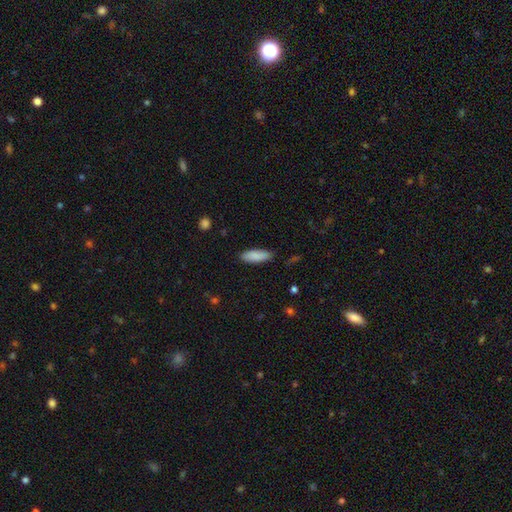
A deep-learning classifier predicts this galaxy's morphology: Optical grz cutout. It shows a smooth galaxy with no disk features (87%) that is in between round and cigar-shaped (61%). Merging: none (86%).